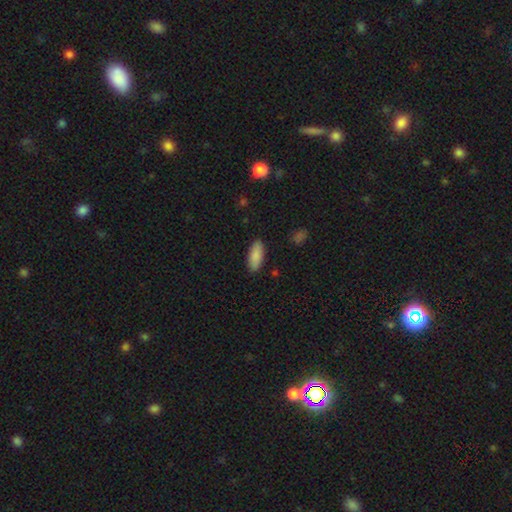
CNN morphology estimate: A smooth galaxy with no disk features (88%) that is in between round and cigar-shaped (79%). Merging: none (88%).